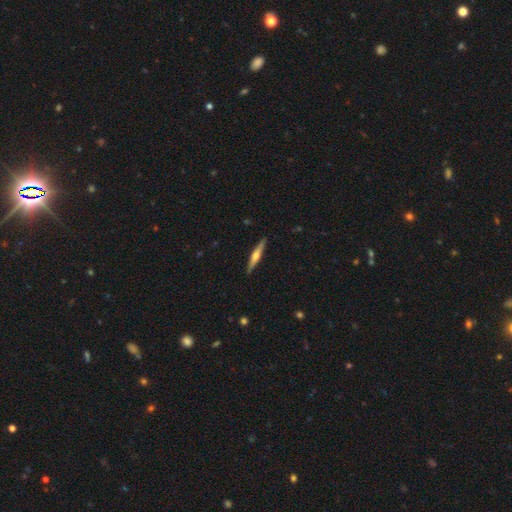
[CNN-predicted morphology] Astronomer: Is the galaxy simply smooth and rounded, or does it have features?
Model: featured or disk — 60%.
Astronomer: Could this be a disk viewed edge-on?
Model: yes — 97%.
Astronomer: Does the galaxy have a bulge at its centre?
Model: rounded — 81%.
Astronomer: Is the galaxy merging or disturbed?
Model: none — 90%.